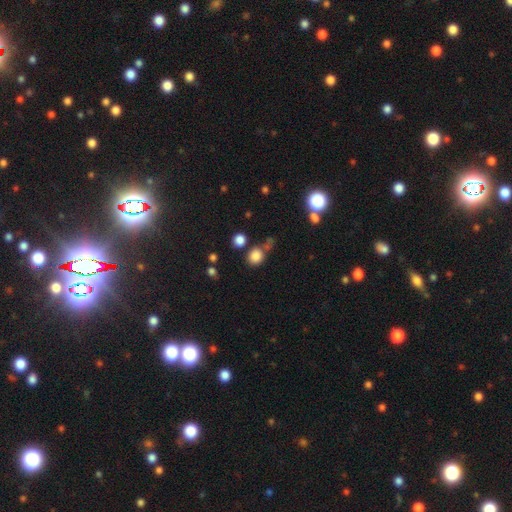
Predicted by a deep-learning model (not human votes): Morphology: type=smooth (82%); roundness=round (79%); merging=none (64%).